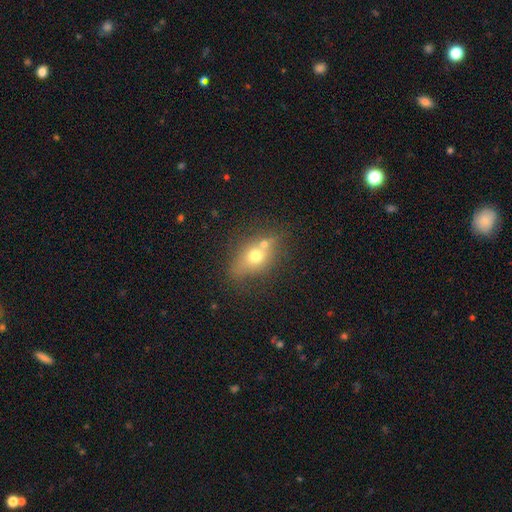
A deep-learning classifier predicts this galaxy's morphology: The model was most divided on "merging": none: 45%, merger: 33%, minor disturbance: 15%, major disturbance: 7%. More confident: smooth or featured — smooth (65%); how rounded — in between (60%).